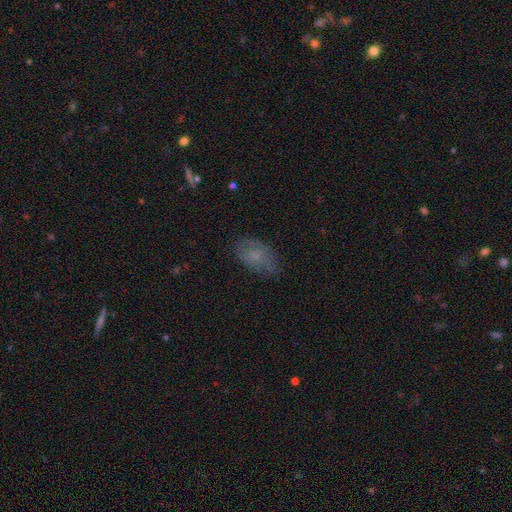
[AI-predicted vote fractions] A smooth galaxy with no disk features (66%) that is in between round and cigar-shaped (90%). Merging: none (67%).